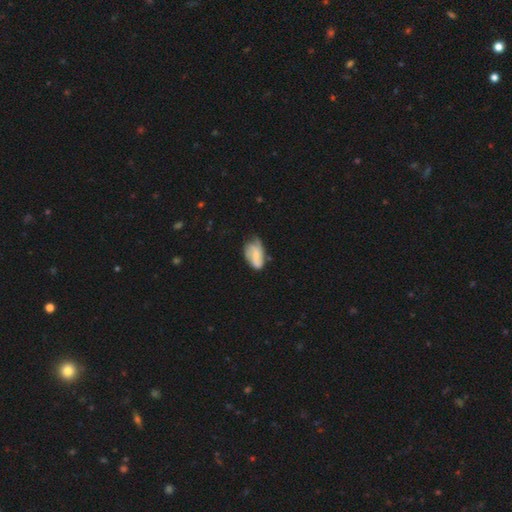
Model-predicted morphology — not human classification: Overall: featured or disk (49%; smooth 44%). Merging: none (45%; minor disturbance 33%).